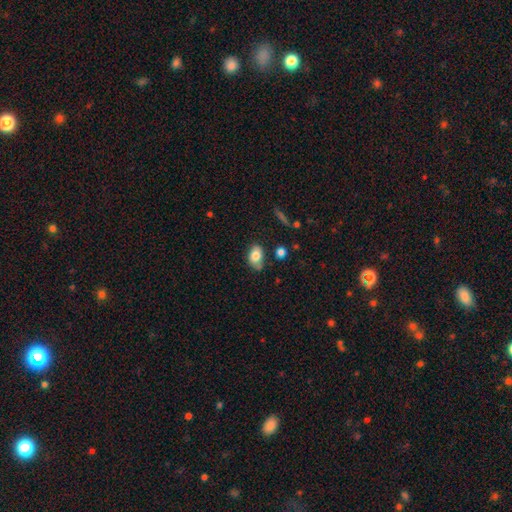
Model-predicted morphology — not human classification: Q: Smooth or featured?
A: smooth (80%); runner-up: featured or disk (12%)
Q: How rounded?
A: in between (84%); runner-up: round (14%)
Q: Merging?
A: none (61%); runner-up: minor disturbance (27%)